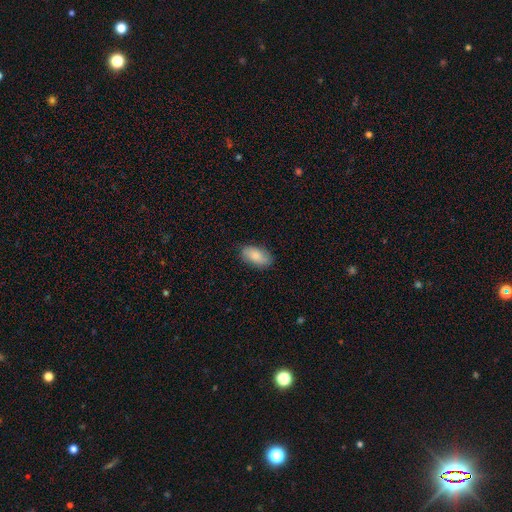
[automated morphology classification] This is clearly a smooth galaxy (83%). How rounded: clearly in between (93%). Merging: clearly none (83%).